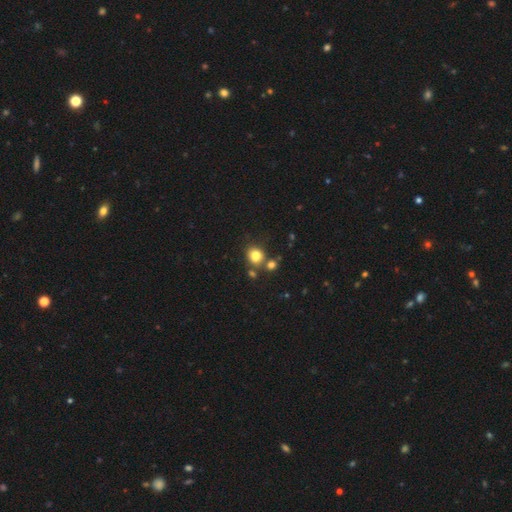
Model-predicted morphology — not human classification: smooth-or-featured: smooth: 81% | star or artifact: 13% | featured or disk: 7%
  how-rounded: round: 63% | in between: 36% | cigar-shaped: 1%
  merging: none: 64% | merger: 18% | minor disturbance: 13% | major disturbance: 4%